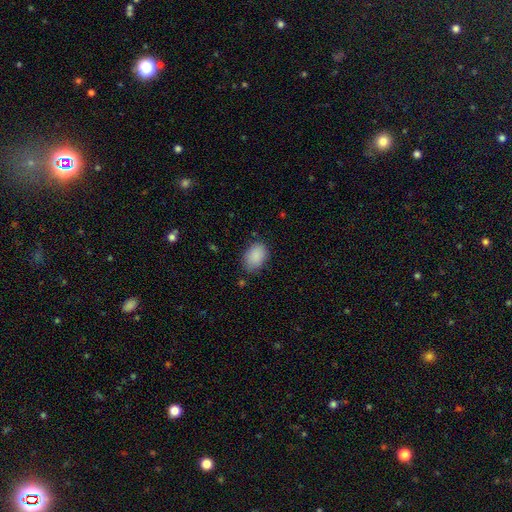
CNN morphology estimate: smooth_or_featured: smooth (p=0.89) [alt: star or artifact p=0.07]
how_rounded: in between (p=0.85) [alt: round p=0.14]
merging: none (p=0.76) [alt: minor disturbance p=0.18]